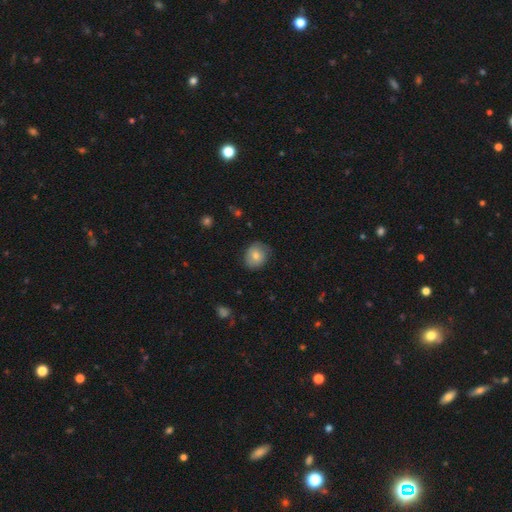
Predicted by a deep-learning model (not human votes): The model was most divided on "how rounded": round: 64%, in between: 36%, cigar-shaped: 1%. More confident: smooth or featured — smooth (76%); merging — none (74%).